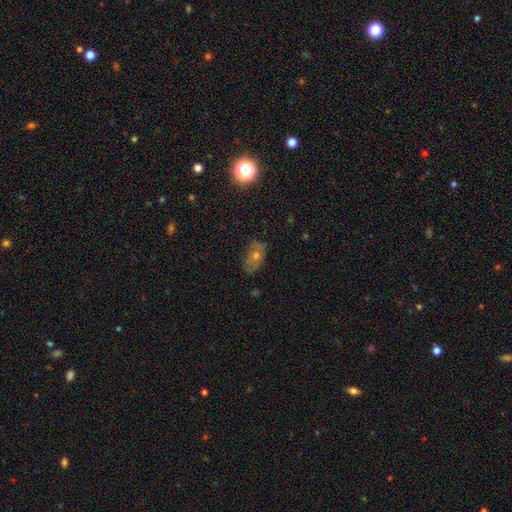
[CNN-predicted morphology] Q: Smooth or featured?
A: smooth (43%); runner-up: featured or disk (35%)
Q: Merging?
A: none (73%); runner-up: minor disturbance (19%)